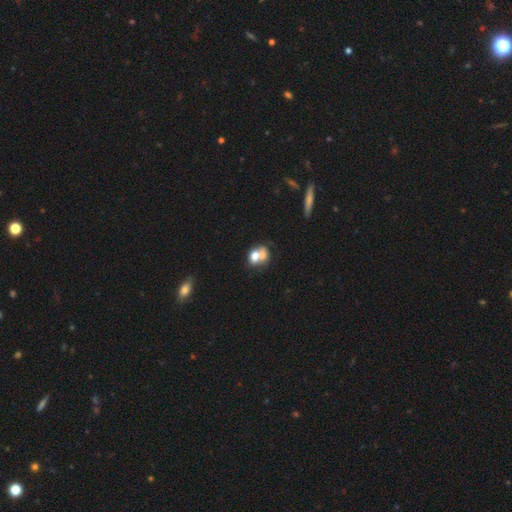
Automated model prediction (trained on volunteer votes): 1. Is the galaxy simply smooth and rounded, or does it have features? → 65% smooth, 24% featured or disk, 11% star or artifact.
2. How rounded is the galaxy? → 55% in between, 43% round, 2% cigar-shaped.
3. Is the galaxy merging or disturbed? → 62% merger, 23% none, 8% minor disturbance, 6% major disturbance.